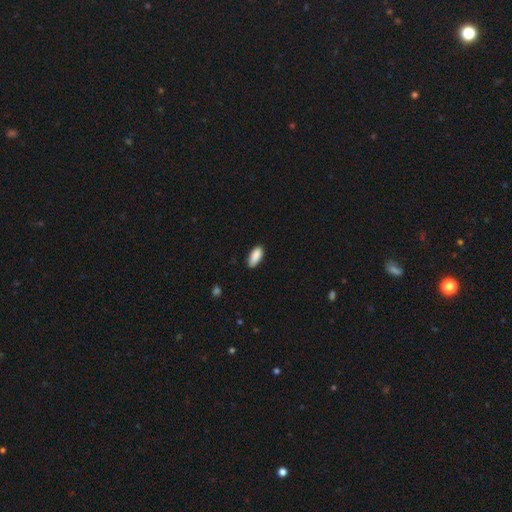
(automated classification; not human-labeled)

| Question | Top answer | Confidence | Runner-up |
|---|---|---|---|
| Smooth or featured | smooth | 89% | star or artifact (6%) |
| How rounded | in between | 85% | cigar-shaped (13%) |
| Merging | none | 83% | minor disturbance (14%) |